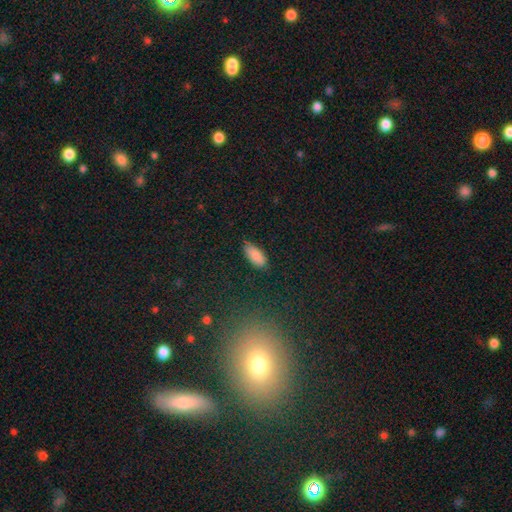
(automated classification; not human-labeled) Smooth or featured? smooth (87%)
How rounded? in between (87%)
Merging? none (82%)